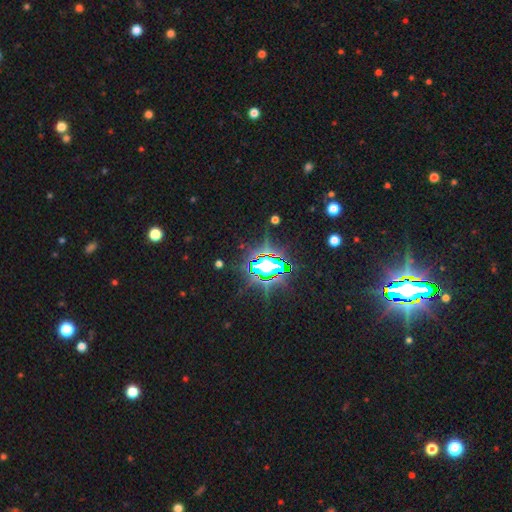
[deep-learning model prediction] Smooth or featured? star or artifact (86%)